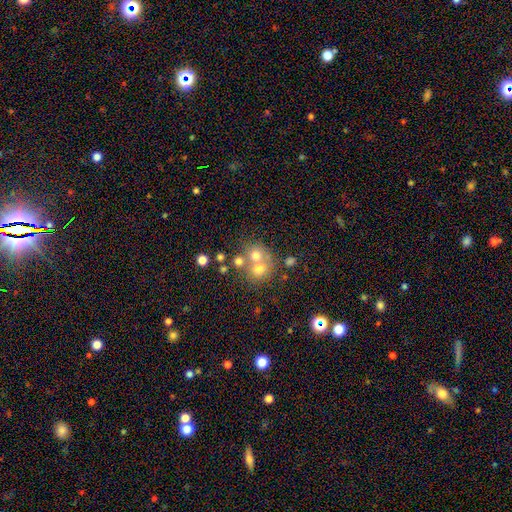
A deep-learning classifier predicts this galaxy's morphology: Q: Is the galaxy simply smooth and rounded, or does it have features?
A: smooth — 63%.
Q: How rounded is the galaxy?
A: round — 75%.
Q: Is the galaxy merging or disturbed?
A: merger — 51%.